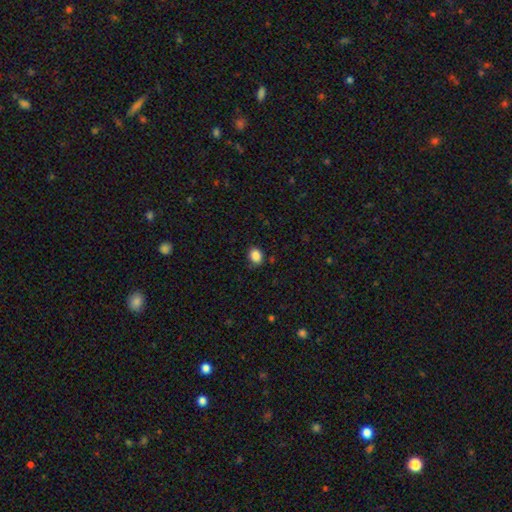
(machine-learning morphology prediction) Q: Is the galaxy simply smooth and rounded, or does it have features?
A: smooth — 87%.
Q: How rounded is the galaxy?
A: in between — 52%.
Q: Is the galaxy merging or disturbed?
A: none — 80%.